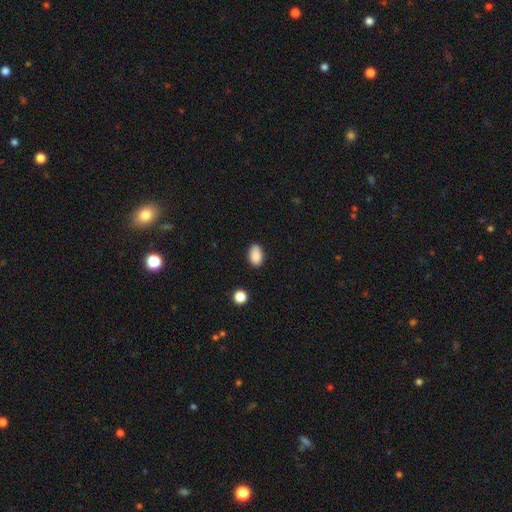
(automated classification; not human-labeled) Q: Smooth or featured?
A: smooth (88%); runner-up: star or artifact (8%)
Q: How rounded?
A: in between (89%); runner-up: round (9%)
Q: Merging?
A: none (84%); runner-up: minor disturbance (12%)